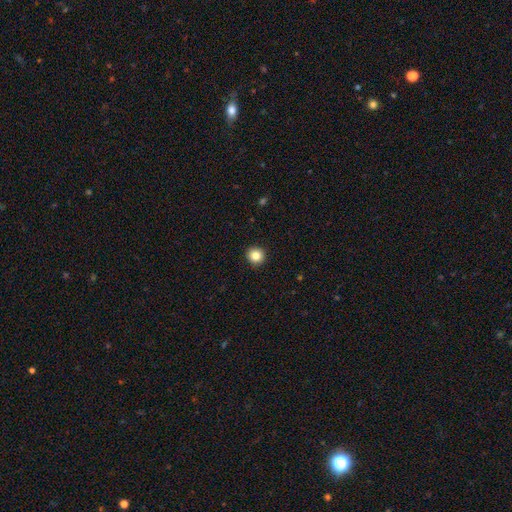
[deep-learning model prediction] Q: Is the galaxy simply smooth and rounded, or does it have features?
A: smooth — 84%.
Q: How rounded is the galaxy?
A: round — 94%.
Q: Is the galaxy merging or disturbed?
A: none — 93%.